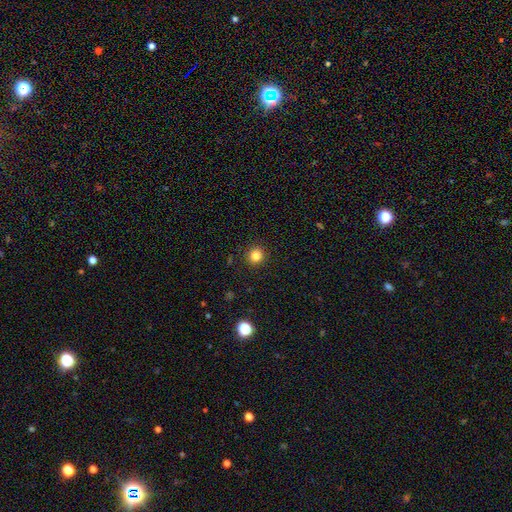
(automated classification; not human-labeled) The model was most divided on "smooth or featured": smooth: 84%, star or artifact: 12%, featured or disk: 4%. More confident: how rounded — round (93%); merging — none (92%).